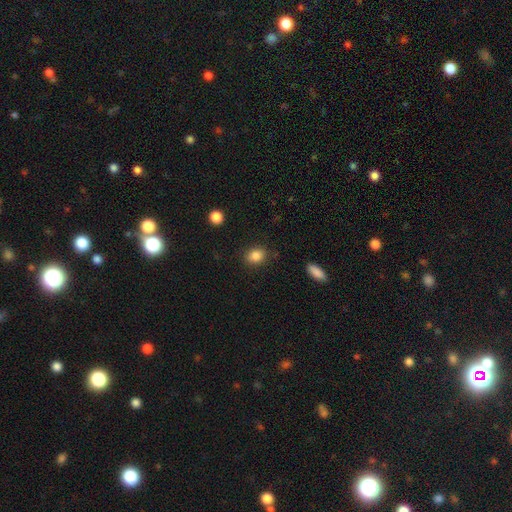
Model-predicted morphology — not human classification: Q: Smooth or featured?
A: smooth (87%); runner-up: star or artifact (9%)
Q: How rounded?
A: in between (50%); runner-up: round (49%)
Q: Merging?
A: none (85%); runner-up: minor disturbance (11%)